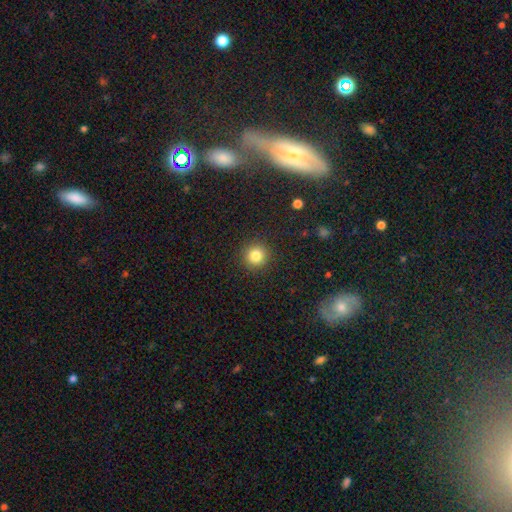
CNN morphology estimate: This appears to be a smooth galaxy with no disk features (83%) that is round (94%). Merging: none (91%).